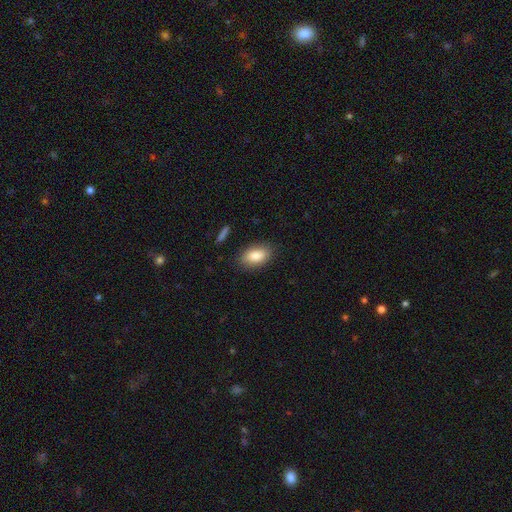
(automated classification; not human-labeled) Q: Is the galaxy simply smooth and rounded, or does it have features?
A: smooth — 84%.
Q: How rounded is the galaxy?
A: in between — 91%.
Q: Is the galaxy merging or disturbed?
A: none — 85%.